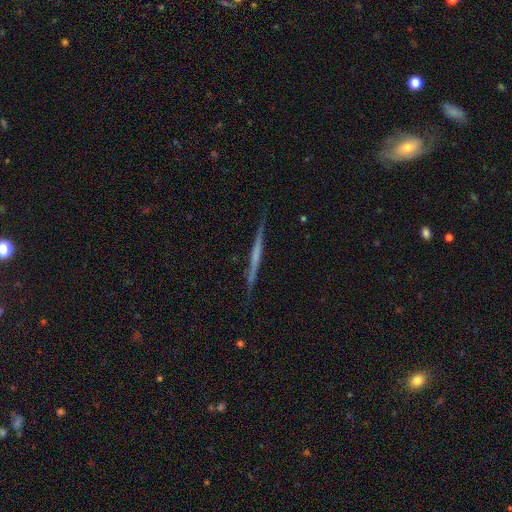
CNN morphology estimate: Smooth or featured? featured or disk (63%)
Edge-on disk? yes (98%)
Edge-on bulge? none (82%)
Merging? none (90%)